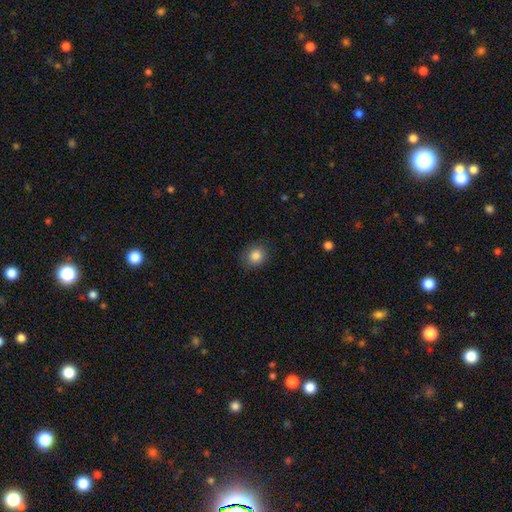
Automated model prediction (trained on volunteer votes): Smooth or featured? Predicted: smooth (p=0.85). How rounded? Predicted: round (p=0.77). Merging? Predicted: none (p=0.85).